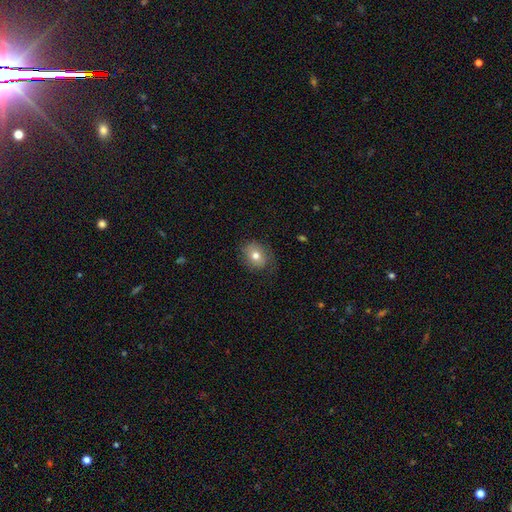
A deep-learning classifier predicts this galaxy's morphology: A smooth galaxy with no disk features (73%) that is round (59%).

Vote fractions:
- Smooth or featured? smooth: 73% / featured or disk: 18% / star or artifact: 10%
- How rounded? round: 59% / in between: 40% / cigar-shaped: 1%
- Merging? none: 74% / minor disturbance: 19% / major disturbance: 6% / merger: 1%